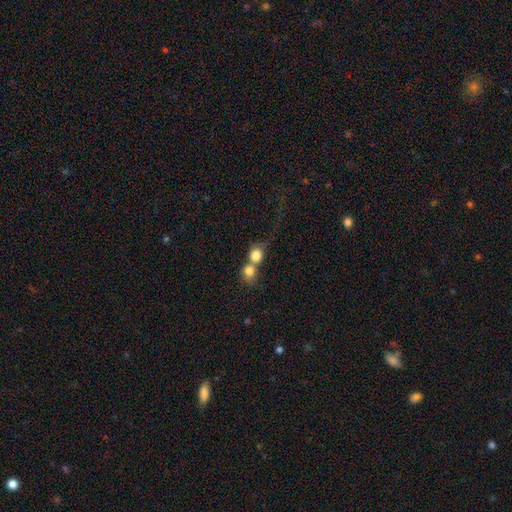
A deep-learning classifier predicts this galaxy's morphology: This appears to be a smooth galaxy with no disk features (79%) that is round (77%). Merging: merger (70%).